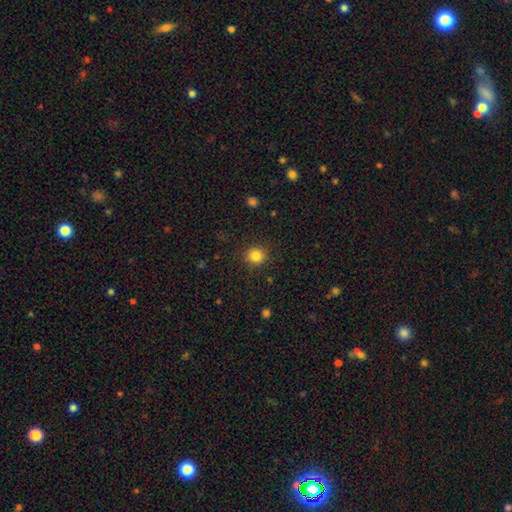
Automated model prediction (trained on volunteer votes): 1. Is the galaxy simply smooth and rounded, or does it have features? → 84% smooth, 11% star or artifact, 5% featured or disk.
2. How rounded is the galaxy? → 91% round, 8% in between, 1% cigar-shaped.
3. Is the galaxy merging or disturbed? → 90% none, 7% minor disturbance, 2% major disturbance, 1% merger.